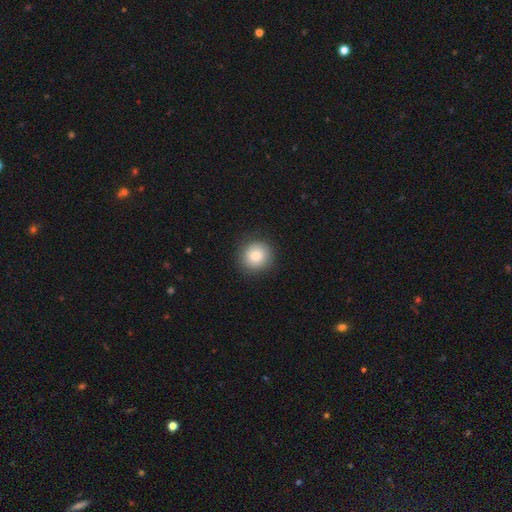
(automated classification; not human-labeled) Q: Smooth or featured?
A: smooth (83%); runner-up: featured or disk (9%)
Q: How rounded?
A: round (92%); runner-up: in between (7%)
Q: Merging?
A: none (88%); runner-up: minor disturbance (9%)